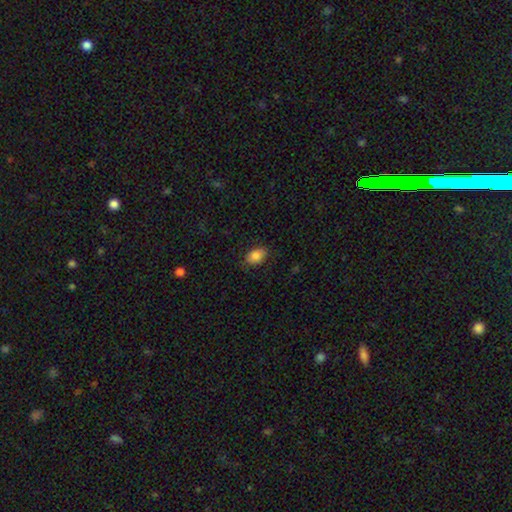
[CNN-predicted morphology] A smooth galaxy with no disk features (84%) that is in between round and cigar-shaped (84%).

Vote fractions:
- Smooth or featured? smooth: 84% / star or artifact: 8% / featured or disk: 8%
- How rounded? in between: 84% / round: 15% / cigar-shaped: 1%
- Merging? none: 83% / minor disturbance: 13% / major disturbance: 3% / merger: 1%